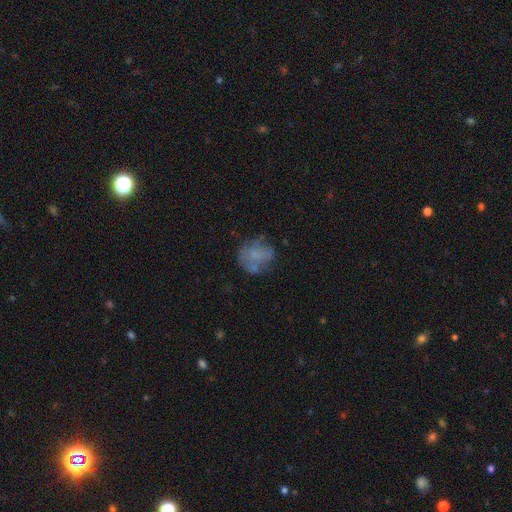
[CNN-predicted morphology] The model was most divided on "smooth or featured": smooth: 52%, featured or disk: 36%, star or artifact: 11%. Remaining: how rounded — round (68%); merging — none (49%).